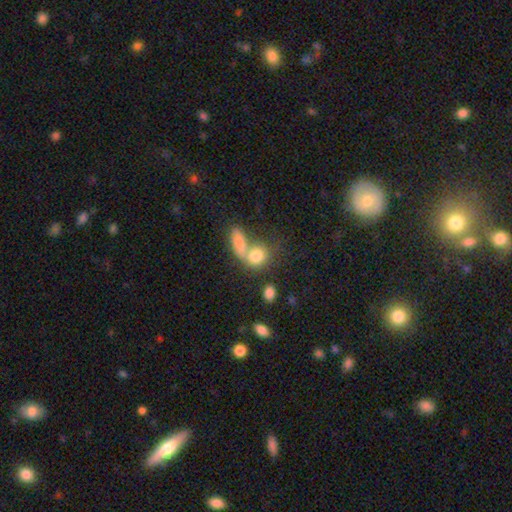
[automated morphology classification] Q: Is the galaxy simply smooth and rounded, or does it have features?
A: smooth — 78%.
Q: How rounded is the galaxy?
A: round — 51%.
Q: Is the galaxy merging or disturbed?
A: merger — 48%.